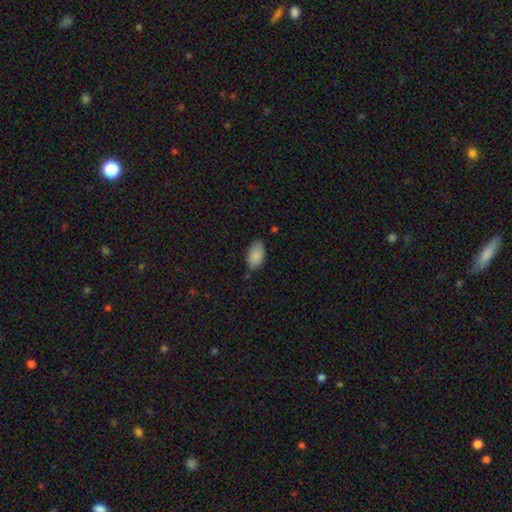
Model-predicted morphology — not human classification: This is clearly a smooth galaxy (88%). How rounded: clearly in between (94%). Merging: likely none (75%).